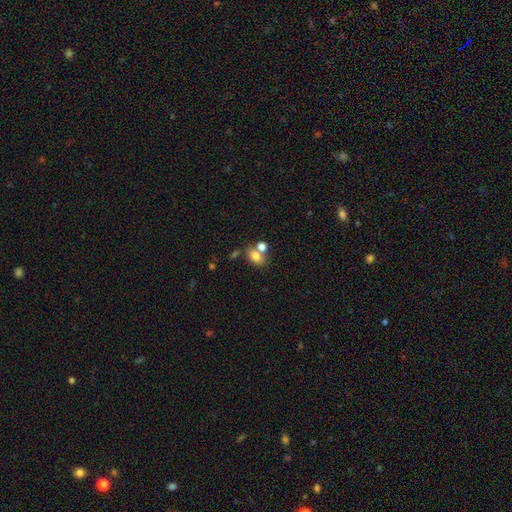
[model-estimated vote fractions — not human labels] This appears to be a smooth galaxy with no disk features (78%) that is in between round and cigar-shaped (78%). Merging: none (47%).